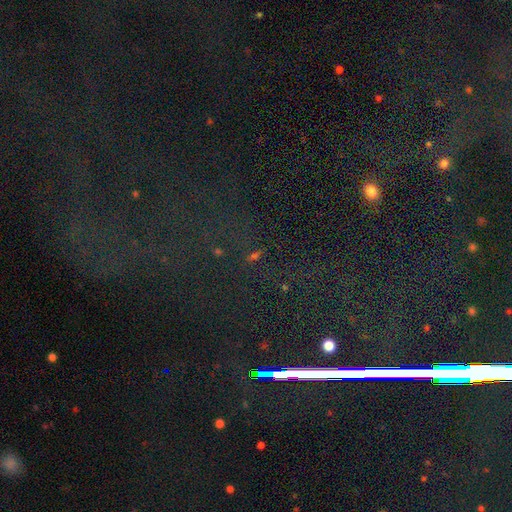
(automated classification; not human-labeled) Overall: star or artifact (69%).